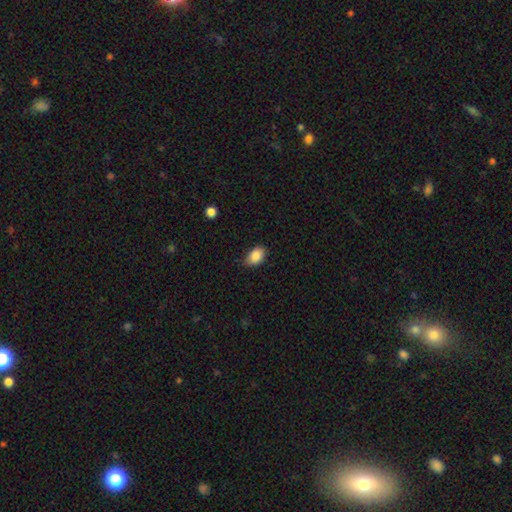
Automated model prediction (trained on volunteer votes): A smooth galaxy with no disk features (87%) that is in between round and cigar-shaped (89%). Merging: none (77%).